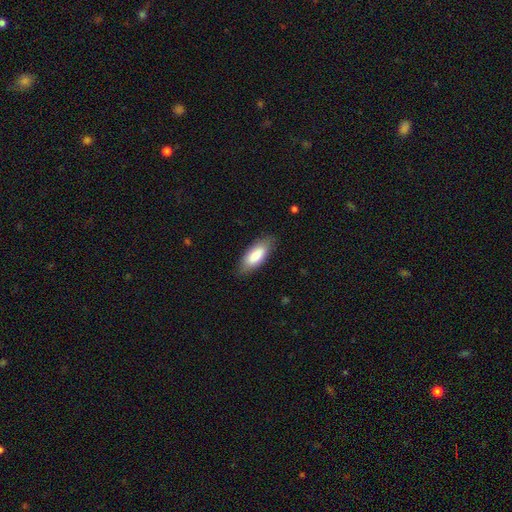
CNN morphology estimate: A smooth galaxy with no disk features (81%) that is in between round and cigar-shaped (80%). Merging: none (83%).